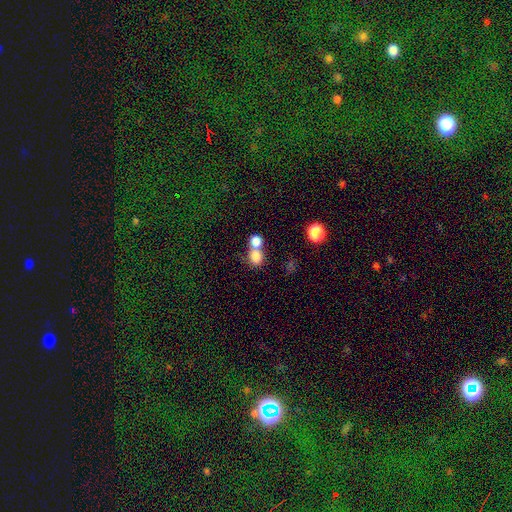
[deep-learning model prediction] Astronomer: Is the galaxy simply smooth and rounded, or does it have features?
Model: smooth — 79%.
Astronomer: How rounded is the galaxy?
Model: round — 59% (runner-up: in between, 39%).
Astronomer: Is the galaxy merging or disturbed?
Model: merger — 59%.